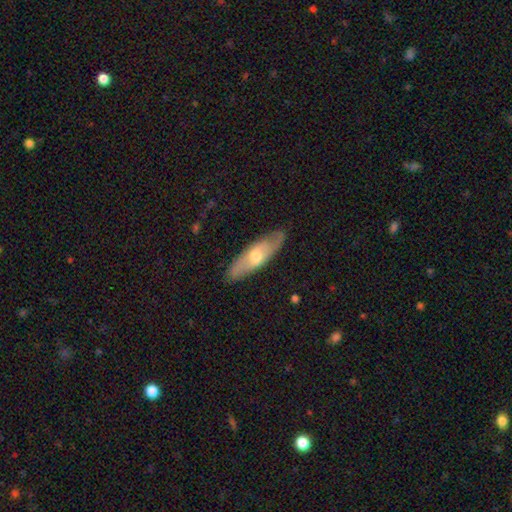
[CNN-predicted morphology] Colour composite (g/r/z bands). It shows a featured or disk galaxy (54%). Merging: none (84%).